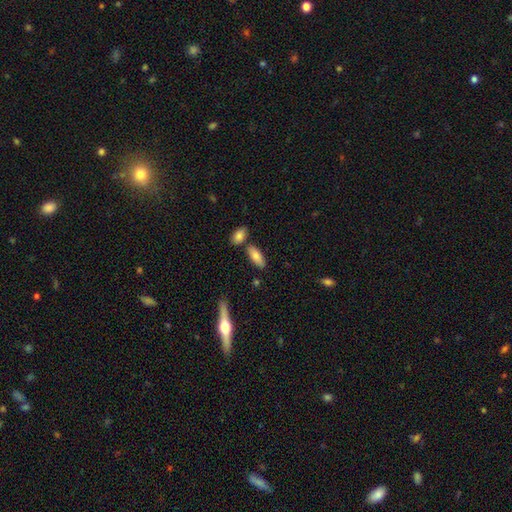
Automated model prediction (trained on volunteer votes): Smooth or featured: smooth — 80% (featured or disk — 14%)
How rounded: in between — 78% (cigar-shaped — 20%)
Merging: none — 73% (minor disturbance — 12%)